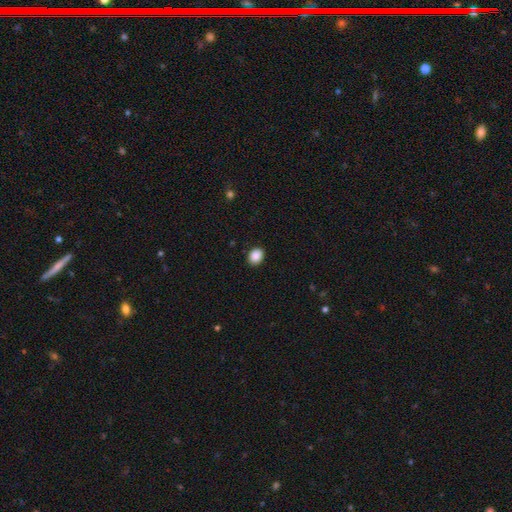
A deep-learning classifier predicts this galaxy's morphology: This appears to be a smooth galaxy with no disk features (89%) that is in between round and cigar-shaped (55%). Merging: none (90%).